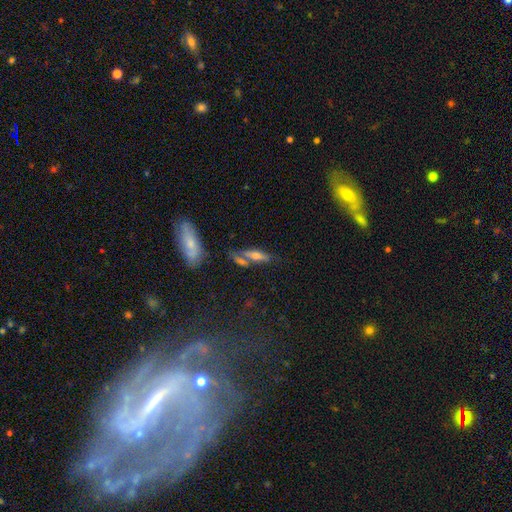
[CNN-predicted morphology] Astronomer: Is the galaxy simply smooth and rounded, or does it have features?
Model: smooth — 55% (runner-up: featured or disk, 35%).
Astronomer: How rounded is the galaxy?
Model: cigar-shaped — 53% (runner-up: in between, 43%).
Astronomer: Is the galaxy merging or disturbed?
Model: none — 51%.